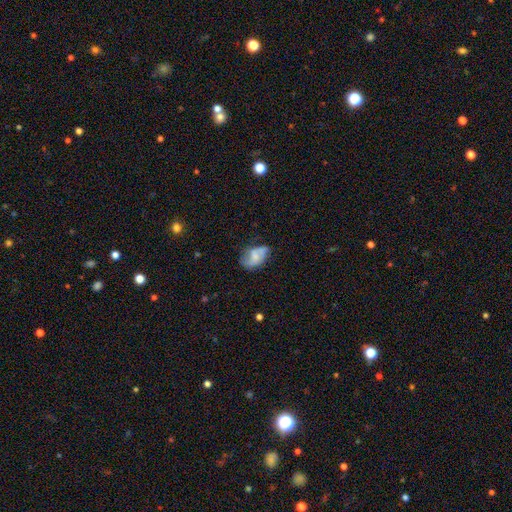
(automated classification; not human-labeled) featured or disk 47%, smooth 44%, star or artifact 9%. Down the decision tree: merging — none (48%).